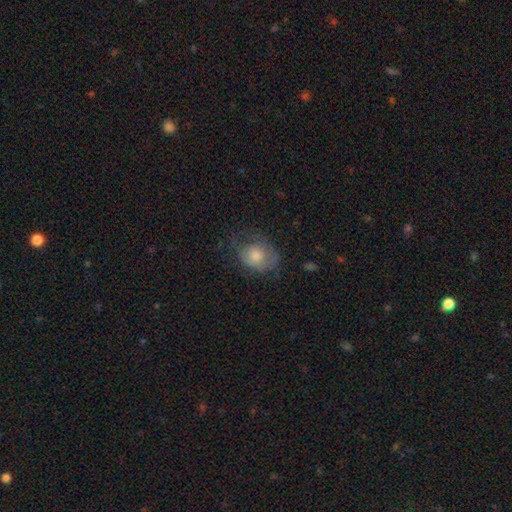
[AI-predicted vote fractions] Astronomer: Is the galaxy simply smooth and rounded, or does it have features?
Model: smooth — 63%.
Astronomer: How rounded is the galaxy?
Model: in between — 51% (runner-up: round, 48%).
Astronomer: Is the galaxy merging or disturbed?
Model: none — 53%.